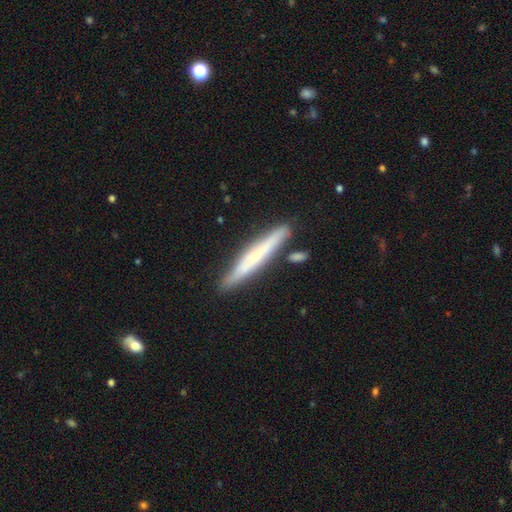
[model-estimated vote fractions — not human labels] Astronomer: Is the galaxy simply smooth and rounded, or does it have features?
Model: smooth — 48% (runner-up: featured or disk, 45%).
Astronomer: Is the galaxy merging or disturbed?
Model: none — 82%.